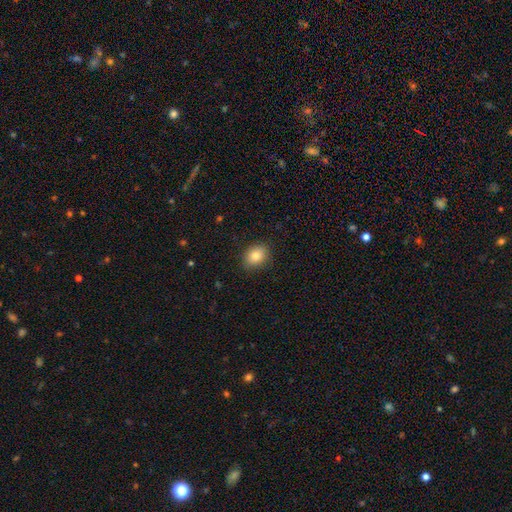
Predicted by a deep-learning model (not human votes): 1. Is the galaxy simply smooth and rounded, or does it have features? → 83% smooth, 9% star or artifact, 7% featured or disk.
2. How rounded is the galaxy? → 55% in between, 43% round, 1% cigar-shaped.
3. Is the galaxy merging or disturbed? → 87% none, 10% minor disturbance, 2% major disturbance, 1% merger.